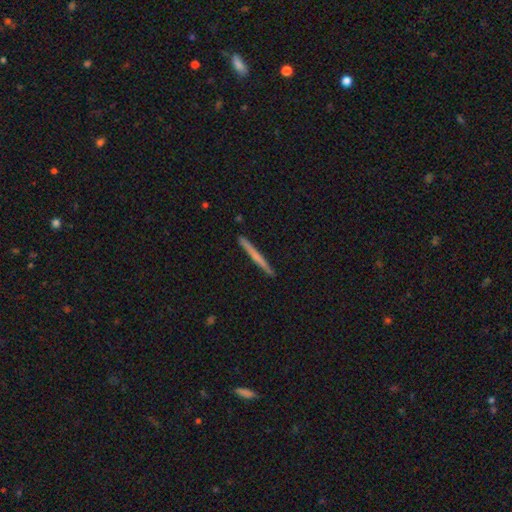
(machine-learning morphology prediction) Smooth or featured: smooth — 59% (featured or disk — 36%)
How rounded: cigar-shaped — 97% (in between — 2%)
Merging: none — 92% (minor disturbance — 6%)